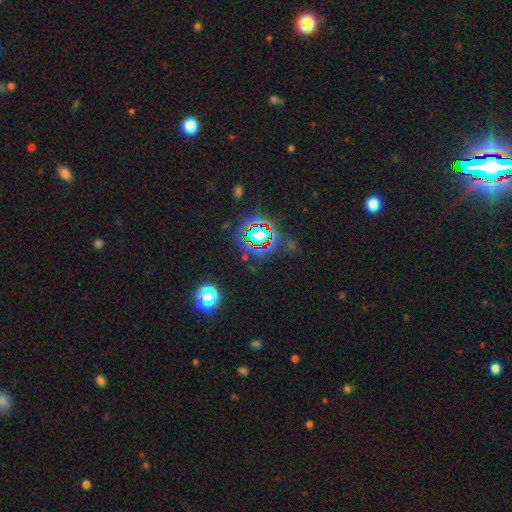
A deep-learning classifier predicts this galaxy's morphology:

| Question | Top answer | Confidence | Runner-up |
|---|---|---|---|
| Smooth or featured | star or artifact | 81% | smooth (11%) |